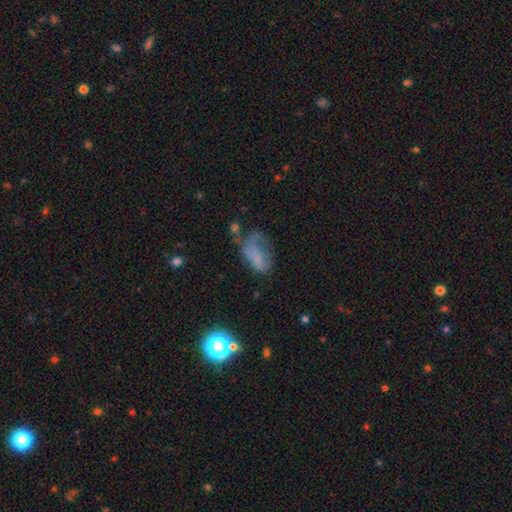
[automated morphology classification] smooth 52%, featured or disk 31%, star or artifact 17%. Down the decision tree: how rounded — in between (86%); merging — major disturbance (41%).